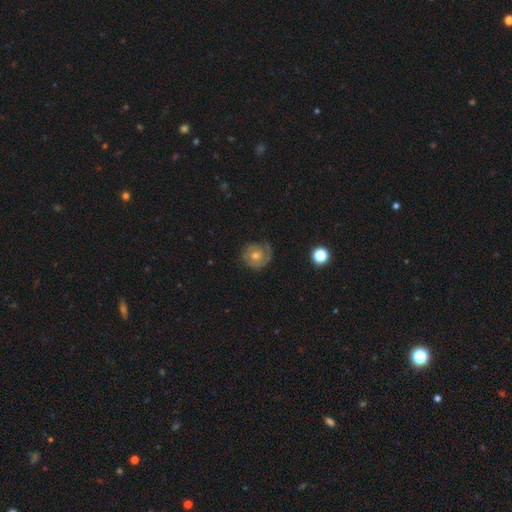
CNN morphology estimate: smooth_or_featured: featured or disk (p=0.69) [alt: smooth p=0.22]
disk_edge_on: no (p=0.97) [alt: yes p=0.03]
bar: no (p=0.80) [alt: weak p=0.17]
has_spiral_arms: yes (p=0.88) [alt: no p=0.12]
spiral_winding: tight (p=0.66) [alt: medium p=0.25]
spiral_arm_count: 2 (p=0.35) [alt: 1 p=0.31]
bulge_size: moderate (p=0.62) [alt: small p=0.33]
merging: none (p=0.73) [alt: minor disturbance p=0.18]